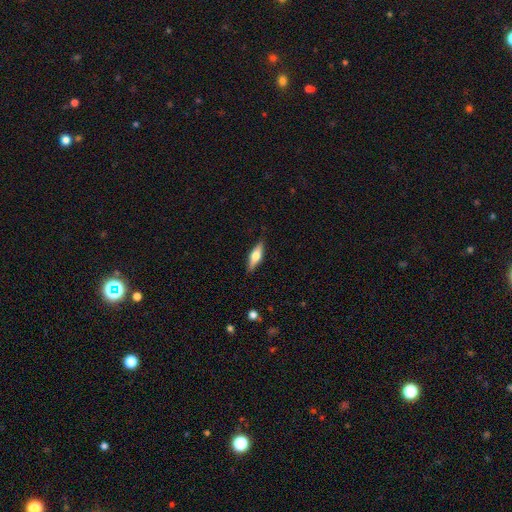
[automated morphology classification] type=smooth (50%); merging=none (87%).